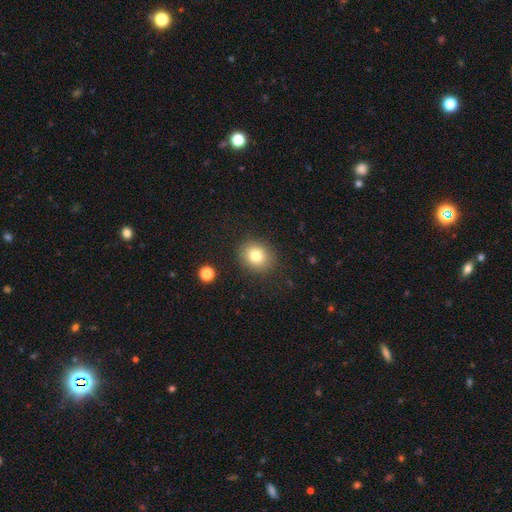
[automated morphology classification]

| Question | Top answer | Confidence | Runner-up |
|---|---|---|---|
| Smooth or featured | smooth | 79% | star or artifact (11%) |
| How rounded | round | 69% | in between (30%) |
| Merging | none | 87% | minor disturbance (9%) |